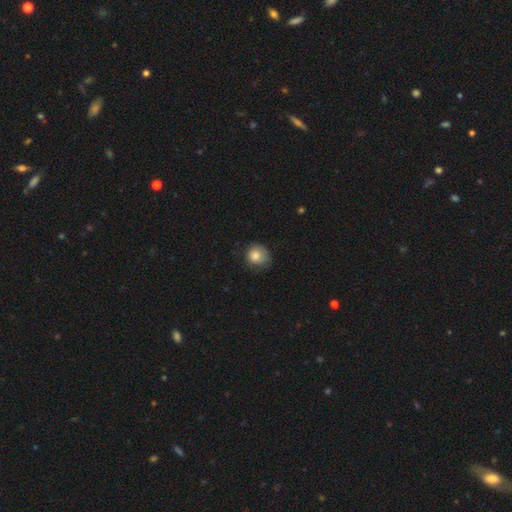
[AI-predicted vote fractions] A smooth galaxy with no disk features (83%) that is round (82%).

Vote fractions:
- Smooth or featured? smooth: 83% / featured or disk: 9% / star or artifact: 9%
- How rounded? round: 82% / in between: 17% / cigar-shaped: 1%
- Merging? none: 61% / minor disturbance: 29% / major disturbance: 9% / merger: 1%